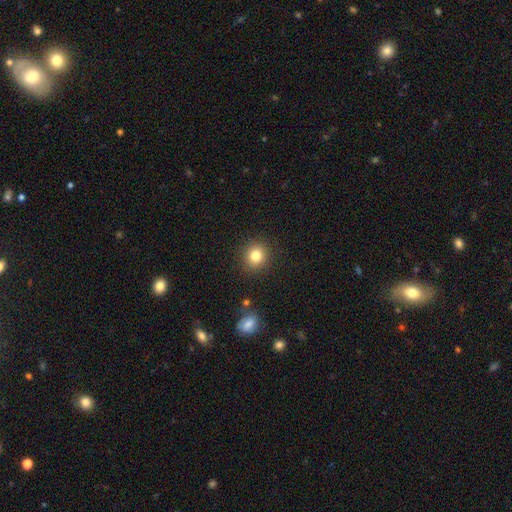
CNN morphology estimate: Smooth or featured? Predicted: smooth (p=0.81). How rounded? Predicted: round (p=0.88). Merging? Predicted: none (p=0.89).